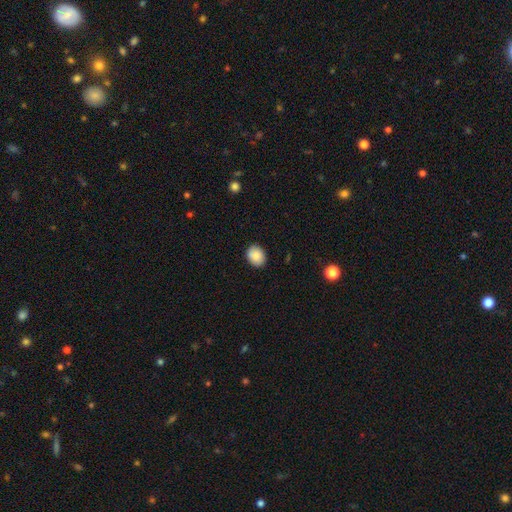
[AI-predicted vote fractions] This is clearly a smooth galaxy (87%). How rounded: possibly in between (55%). Merging: clearly none (88%).